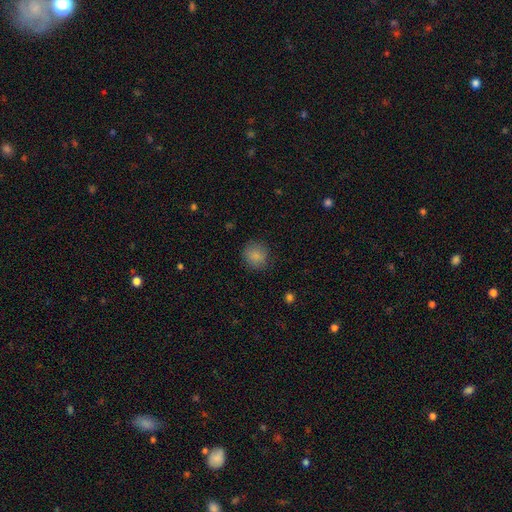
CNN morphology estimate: type=smooth (85%); roundness=round (85%); merging=none (82%).